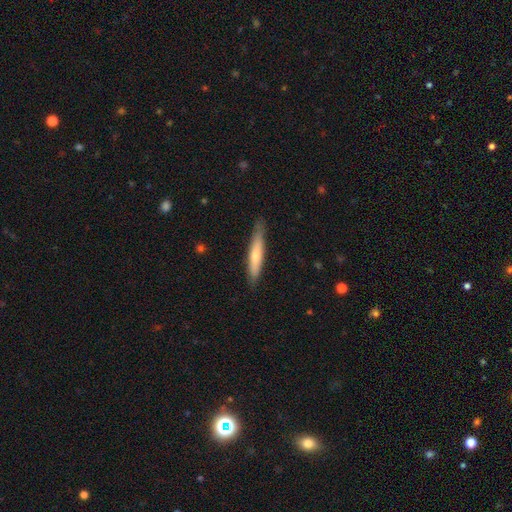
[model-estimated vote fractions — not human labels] Smooth or featured: smooth — 65% (featured or disk — 30%)
How rounded: cigar-shaped — 90% (in between — 9%)
Merging: none — 83% (minor disturbance — 14%)